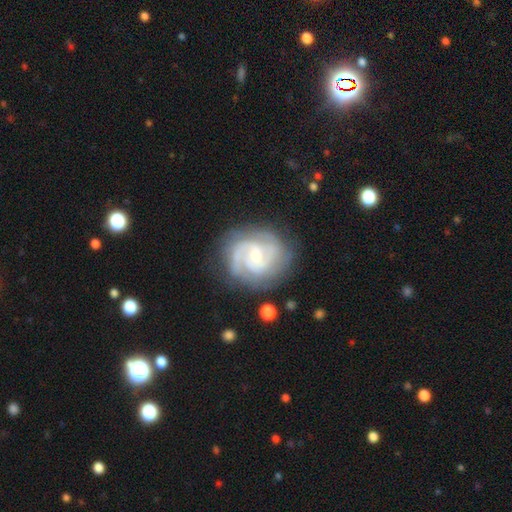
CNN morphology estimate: This is clearly a featured or disk galaxy (89%). It is clearly not viewed edge-on (98%). Bar: possibly weak (47%). Spiral arm pattern: clearly yes (98%). Spiral arm count: possibly 2 (47%). Spiral winding: possibly tight (54%). Central bulge: possibly small (57%). Merging: likely none (77%).